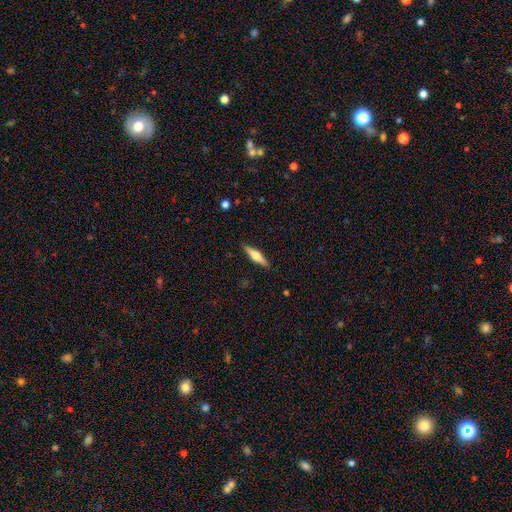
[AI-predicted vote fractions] Smooth or featured? featured or disk (56%)
Edge-on disk? yes (96%)
Edge-on bulge? rounded (88%)
Merging? none (90%)